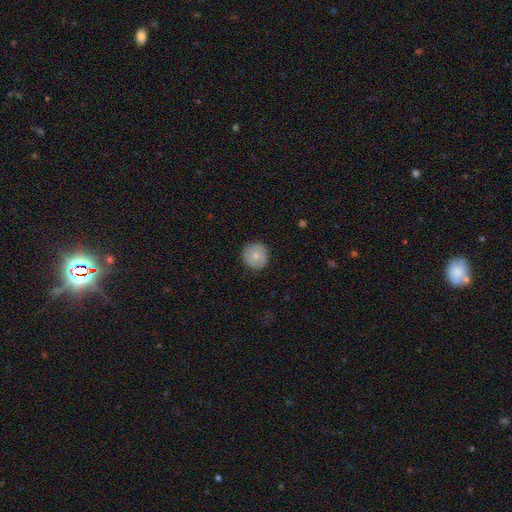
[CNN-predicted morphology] Smooth or featured: smooth — 76% (featured or disk — 17%)
How rounded: round — 94% (in between — 5%)
Merging: none — 87% (minor disturbance — 10%)